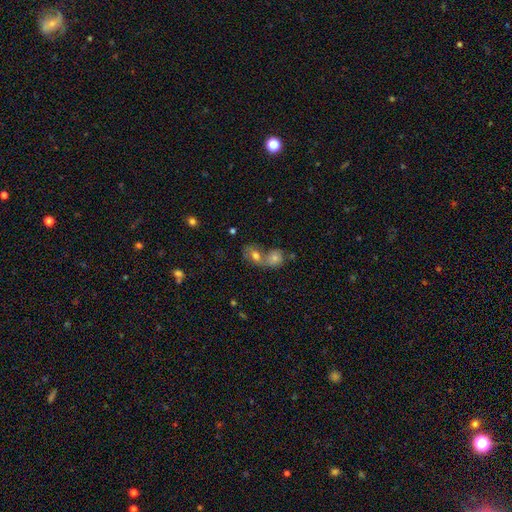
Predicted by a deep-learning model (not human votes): Smooth or featured? Predicted: smooth (p=0.54). How rounded? Predicted: round (p=0.55). Merging? Predicted: merger (p=0.63).